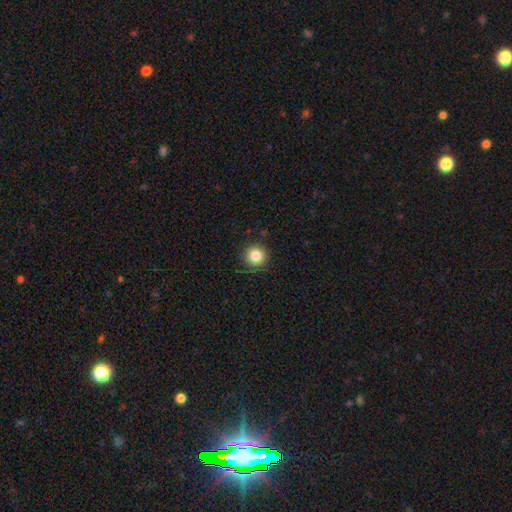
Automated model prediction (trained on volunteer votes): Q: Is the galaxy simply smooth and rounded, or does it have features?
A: smooth — 83%.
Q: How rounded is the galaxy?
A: round — 95%.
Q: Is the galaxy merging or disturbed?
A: none — 87%.